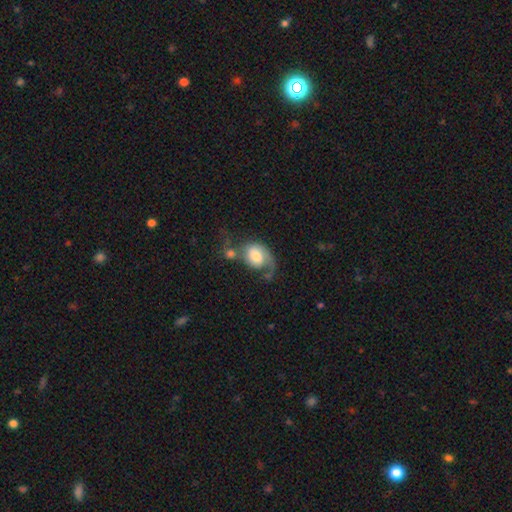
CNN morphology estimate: A featured or disk galaxy (51%). Merging: major disturbance (31%).